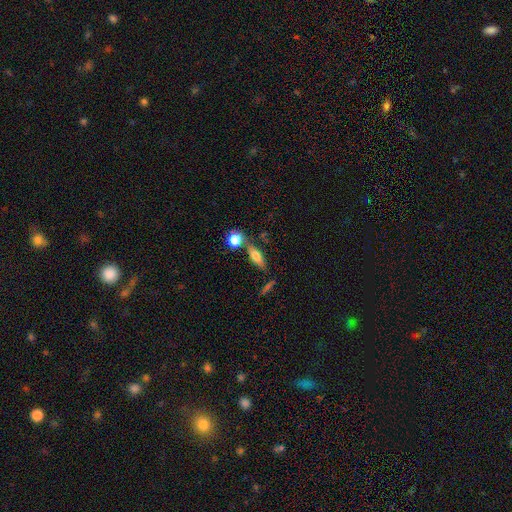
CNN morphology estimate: Smooth or featured: smooth — 56% (featured or disk — 35%)
How rounded: in between — 53% (cigar-shaped — 39%)
Merging: none — 64% (merger — 19%)